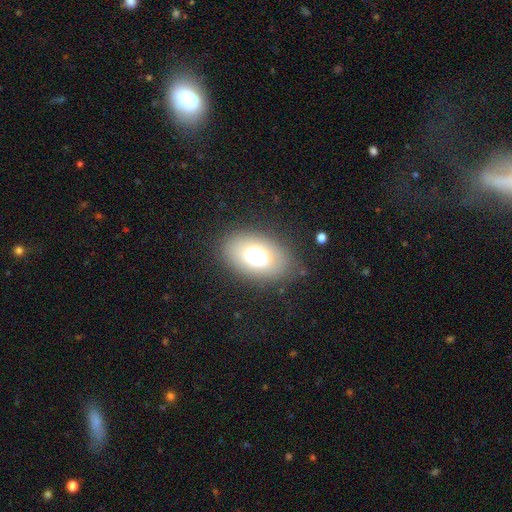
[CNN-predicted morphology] Smooth or featured: smooth — 66% (featured or disk — 20%)
How rounded: in between — 78% (round — 20%)
Merging: none — 80% (minor disturbance — 12%)